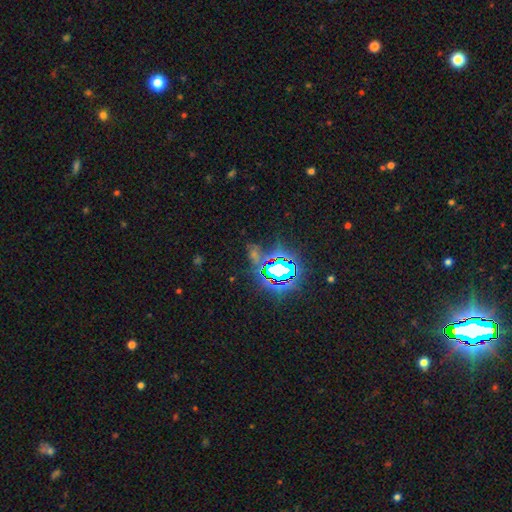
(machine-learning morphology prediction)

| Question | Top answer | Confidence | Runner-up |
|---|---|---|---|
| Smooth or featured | star or artifact | 78% | smooth (13%) |